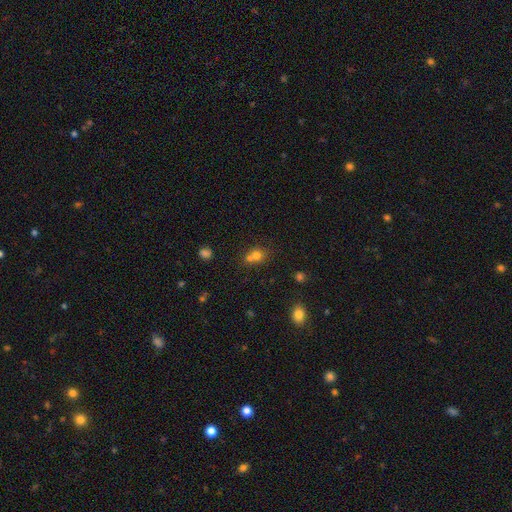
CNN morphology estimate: Q: Smooth or featured?
A: smooth (72%); runner-up: star or artifact (16%)
Q: How rounded?
A: round (73%); runner-up: in between (26%)
Q: Merging?
A: merger (50%); runner-up: none (38%)